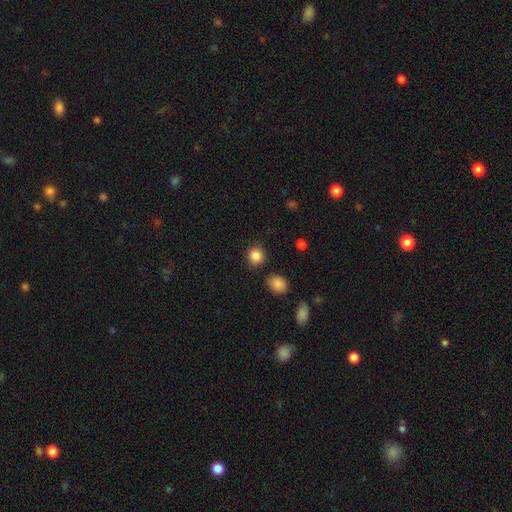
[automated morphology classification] smooth_or_featured: smooth (p=0.86) [alt: star or artifact p=0.10]
how_rounded: round (p=0.89) [alt: in between p=0.10]
merging: none (p=0.86) [alt: minor disturbance p=0.08]